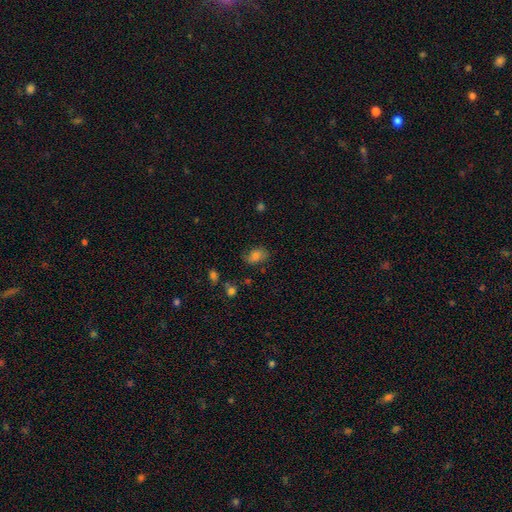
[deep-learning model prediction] Q: Smooth or featured?
A: smooth (71%); runner-up: featured or disk (17%)
Q: How rounded?
A: in between (80%); runner-up: round (19%)
Q: Merging?
A: none (67%); runner-up: minor disturbance (23%)